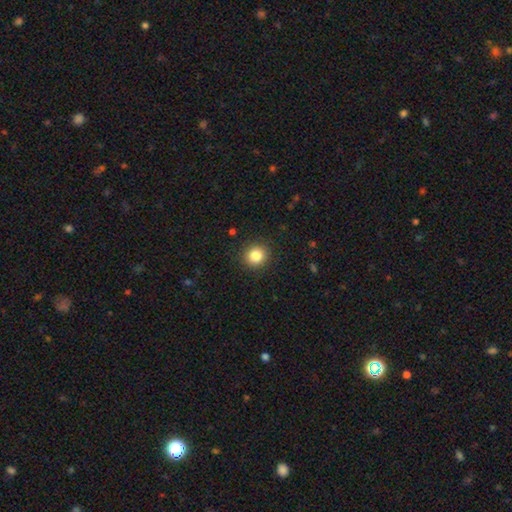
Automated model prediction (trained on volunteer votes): This appears to be a smooth galaxy with no disk features (84%) that is round (90%). Merging: none (91%).